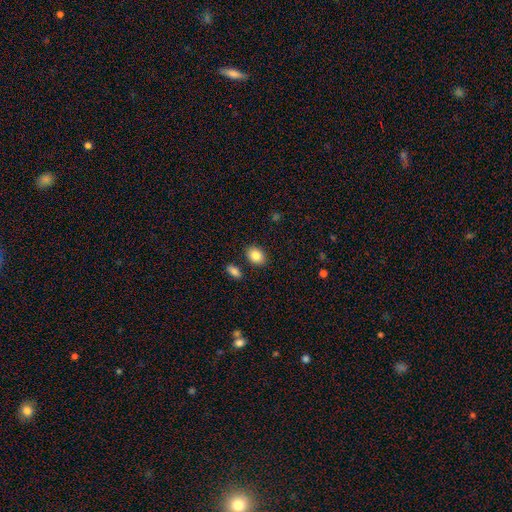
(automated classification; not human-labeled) Overall: smooth (86%). How rounded: in between (71%). Merging: none (85%).